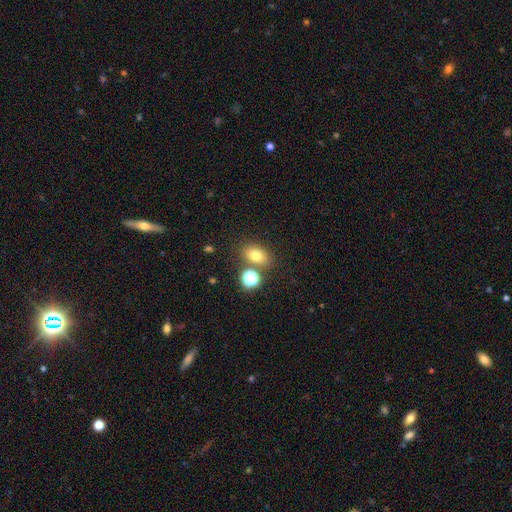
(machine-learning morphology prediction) A smooth galaxy with no disk features (74%) that is in between round and cigar-shaped (70%). Merging: none (71%).